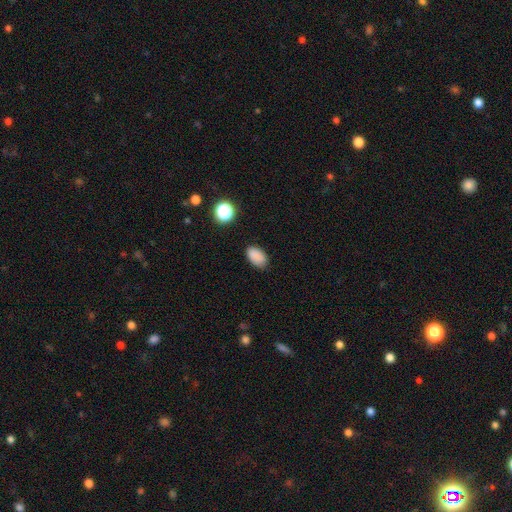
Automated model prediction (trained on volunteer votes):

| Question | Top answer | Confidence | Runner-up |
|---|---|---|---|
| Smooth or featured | smooth | 86% | star or artifact (11%) |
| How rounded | in between | 90% | round (9%) |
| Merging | none | 84% | minor disturbance (12%) |